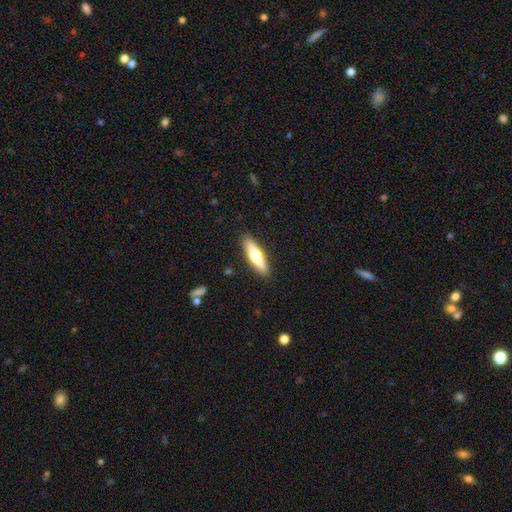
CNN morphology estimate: smooth 54%, featured or disk 40%, star or artifact 6%. Down the decision tree: how rounded — cigar-shaped (69%); merging — none (90%).